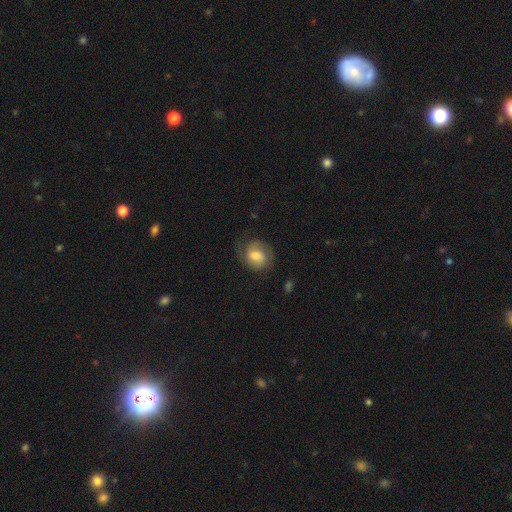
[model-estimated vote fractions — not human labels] Overall: smooth (54%; featured or disk 38%). How rounded: round (60%; in between 39%). Merging: none (66%).